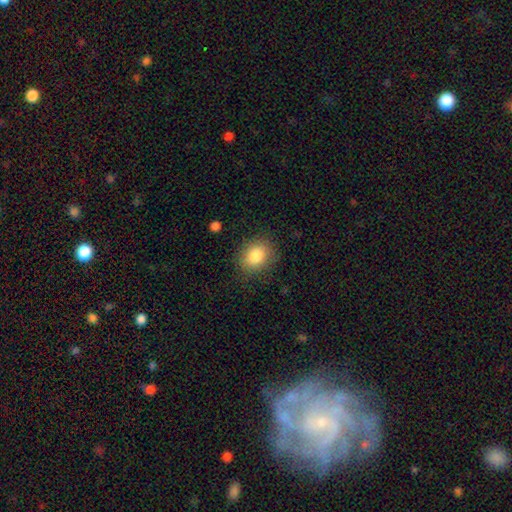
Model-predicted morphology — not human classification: Overall: smooth (85%). How rounded: round (50%; in between 49%). Merging: none (83%).